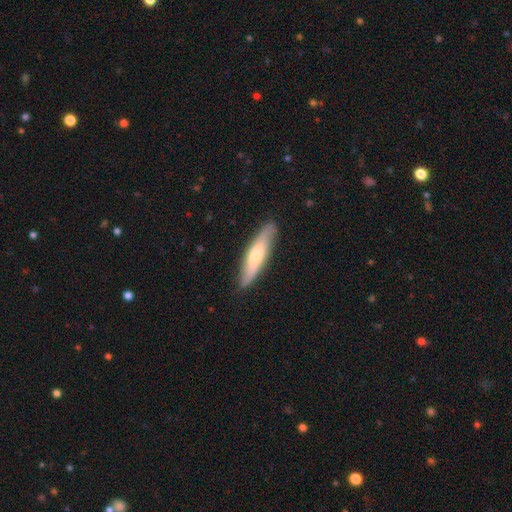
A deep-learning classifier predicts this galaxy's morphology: A smooth galaxy with no disk features (48%). Merging: none (87%).